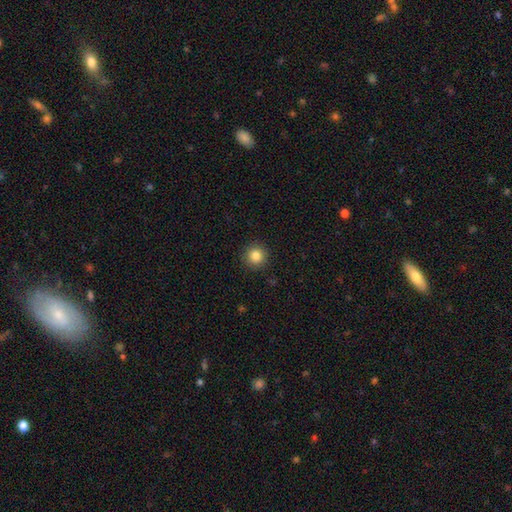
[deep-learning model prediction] A smooth galaxy with no disk features (84%) that is round (94%). Merging: none (91%).